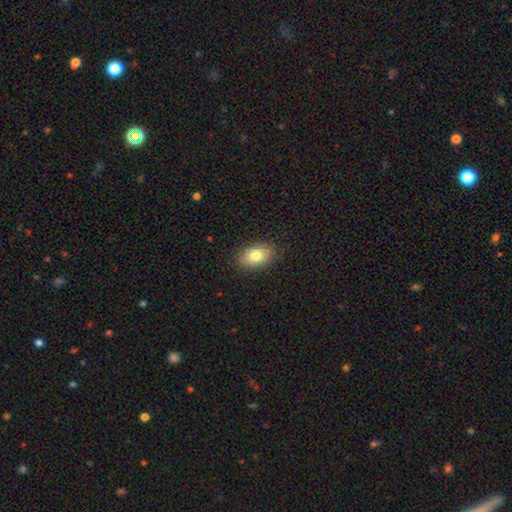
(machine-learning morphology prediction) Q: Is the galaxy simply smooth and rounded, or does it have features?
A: smooth — 81%.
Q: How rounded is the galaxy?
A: in between — 90%.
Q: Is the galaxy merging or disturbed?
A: none — 88%.